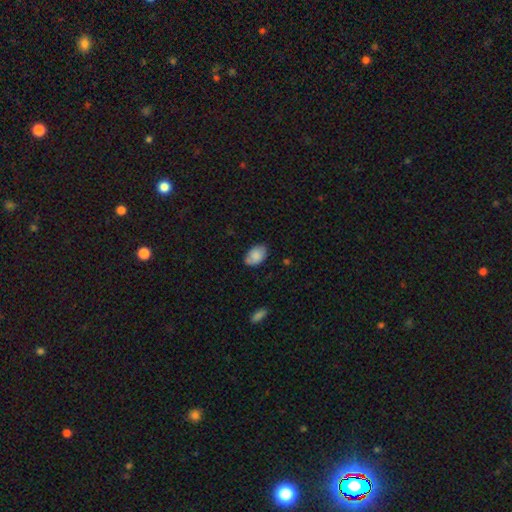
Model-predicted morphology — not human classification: Smooth or featured: smooth — 85% (featured or disk — 8%)
How rounded: in between — 89% (round — 10%)
Merging: none — 75% (minor disturbance — 20%)